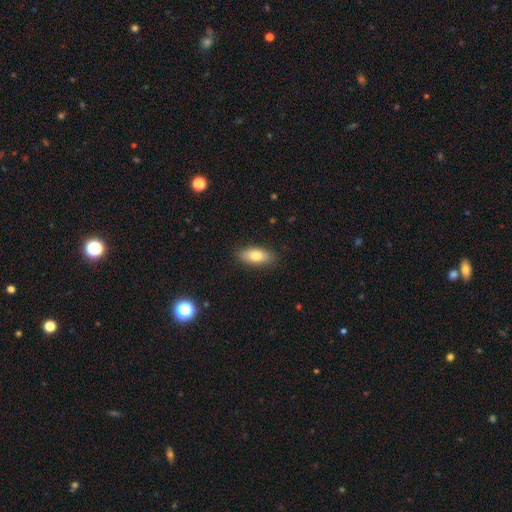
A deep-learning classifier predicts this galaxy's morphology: Smooth or featured? Predicted: smooth (p=0.79). How rounded? Predicted: in between (p=0.81). Merging? Predicted: none (p=0.86).